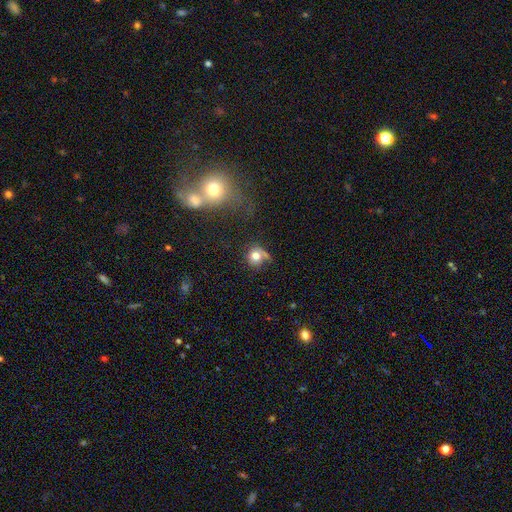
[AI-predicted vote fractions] A smooth galaxy with no disk features (72%) that is round (85%).

Vote fractions:
- Smooth or featured? smooth: 72% / featured or disk: 18% / star or artifact: 11%
- How rounded? round: 85% / in between: 14% / cigar-shaped: 1%
- Merging? none: 47% / minor disturbance: 21% / major disturbance: 21% / merger: 11%